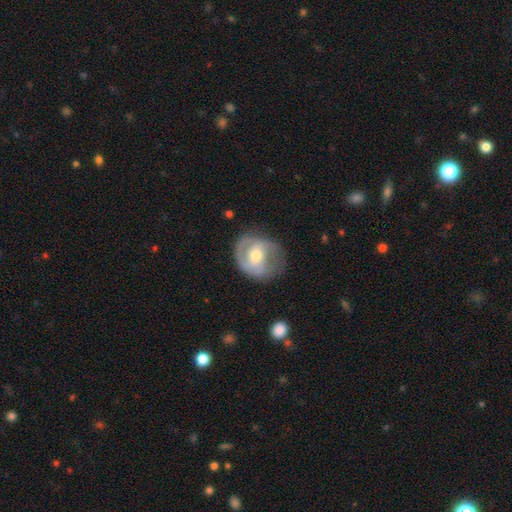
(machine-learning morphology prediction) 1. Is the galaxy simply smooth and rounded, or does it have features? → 67% featured or disk, 27% smooth, 6% star or artifact.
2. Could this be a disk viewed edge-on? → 97% no, 3% yes.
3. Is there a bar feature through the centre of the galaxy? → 45% no, 40% weak, 15% strong.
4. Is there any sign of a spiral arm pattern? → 79% yes, 21% no.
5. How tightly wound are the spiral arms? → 43% medium, 39% tight, 18% loose.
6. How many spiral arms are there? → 62% 2, 19% can't tell, 12% 1, 5% 3, 1% 4, 1% more than 4.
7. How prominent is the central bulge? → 65% moderate, 28% small, 5% large, 1% none, 1% dominant.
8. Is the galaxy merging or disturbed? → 58% none, 25% minor disturbance, 15% major disturbance, 2% merger.